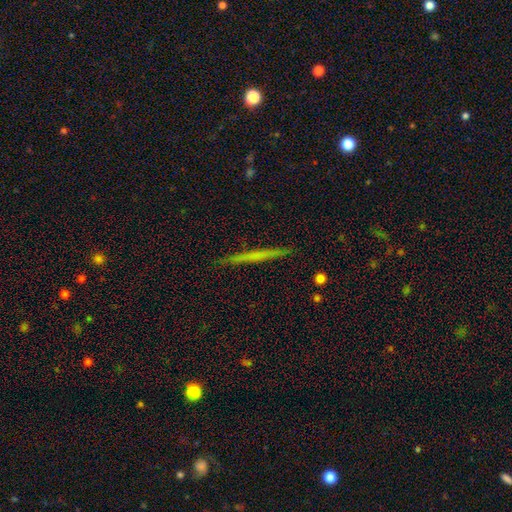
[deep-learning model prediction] This appears to be a smooth galaxy with no disk features (47%). Merging: none (92%).